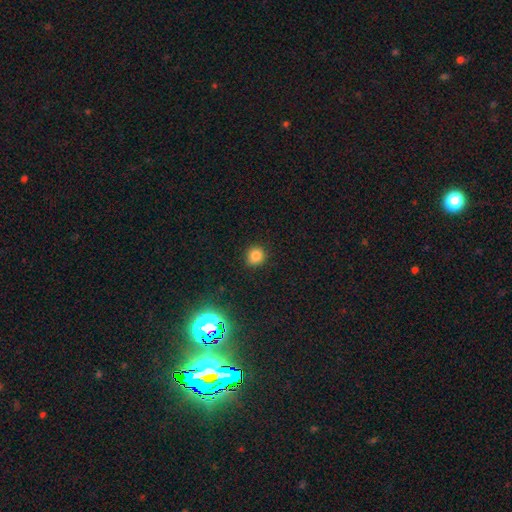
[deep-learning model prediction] Smooth or featured? Predicted: smooth (p=0.82). How rounded? Predicted: round (p=0.87). Merging? Predicted: none (p=0.88).